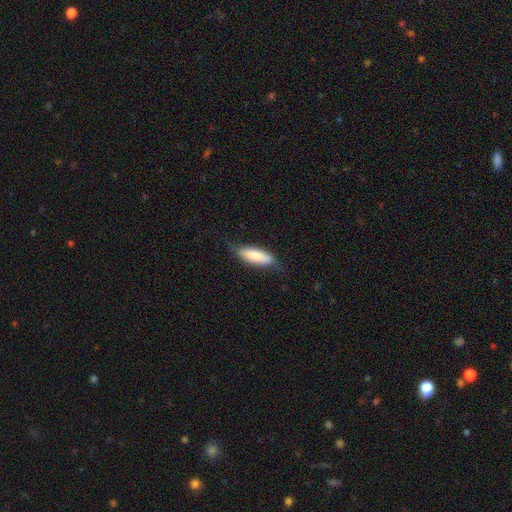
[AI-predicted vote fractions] smooth-or-featured: smooth: 78% | featured or disk: 16% | star or artifact: 5%
  how-rounded: in between: 52% | cigar-shaped: 46% | round: 2%
  merging: none: 70% | minor disturbance: 22% | major disturbance: 6% | merger: 1%